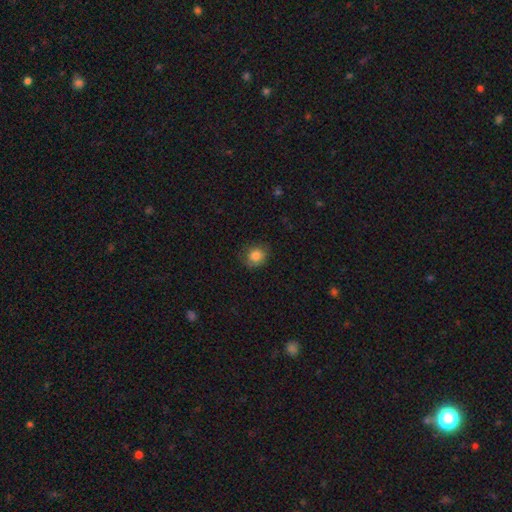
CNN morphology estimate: A smooth galaxy with no disk features (84%) that is round (72%).

Vote fractions:
- Smooth or featured? smooth: 84% / star or artifact: 10% / featured or disk: 7%
- How rounded? round: 72% / in between: 27% / cigar-shaped: 1%
- Merging? none: 77% / minor disturbance: 18% / major disturbance: 4% / merger: 1%